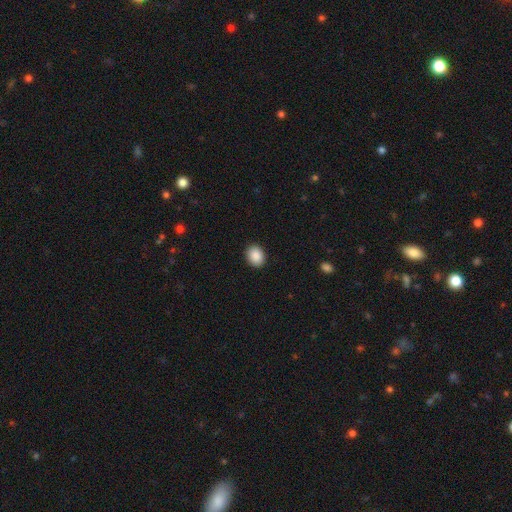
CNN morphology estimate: Smooth or featured? Predicted: smooth (p=0.89). How rounded? Predicted: in between (p=0.51). Merging? Predicted: none (p=0.91).